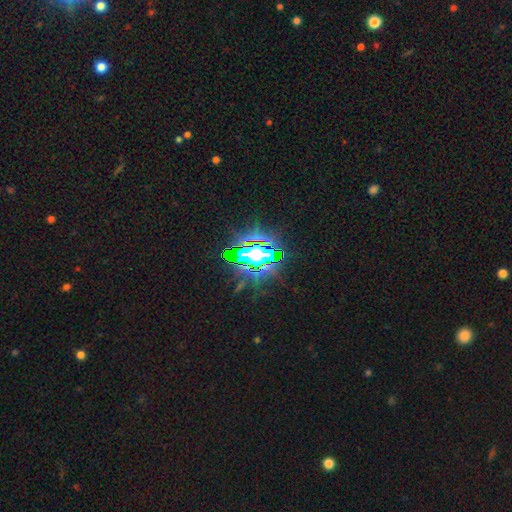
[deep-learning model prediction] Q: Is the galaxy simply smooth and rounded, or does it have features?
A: star or artifact — 74%.